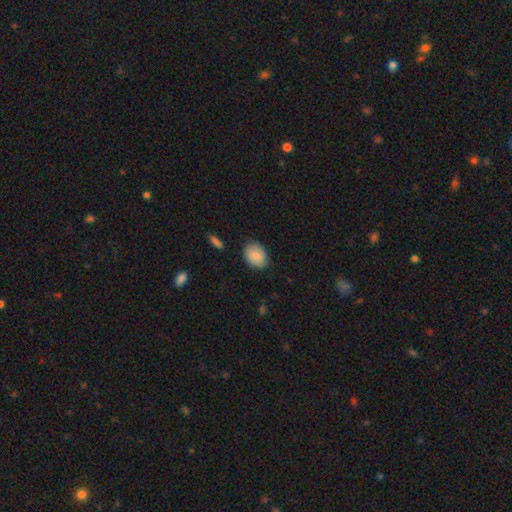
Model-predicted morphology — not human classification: A smooth galaxy with no disk features (79%) that is in between round and cigar-shaped (69%). Merging: none (82%).